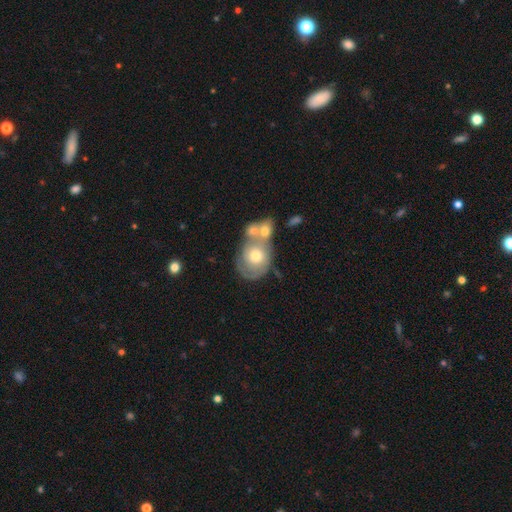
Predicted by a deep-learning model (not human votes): smooth-or-featured: featured or disk: 54% | smooth: 38% | star or artifact: 7%
  disk-edge-on: no: 96% | yes: 4%
    bar: no: 86% | weak: 12% | strong: 2%
    has-spiral-arms: yes: 54% | no: 46%
    bulge-size: moderate: 69% | small: 18% | large: 10% | none: 2% | dominant: 1%
  merging: merger: 47% | none: 28% | minor disturbance: 15% | major disturbance: 10%